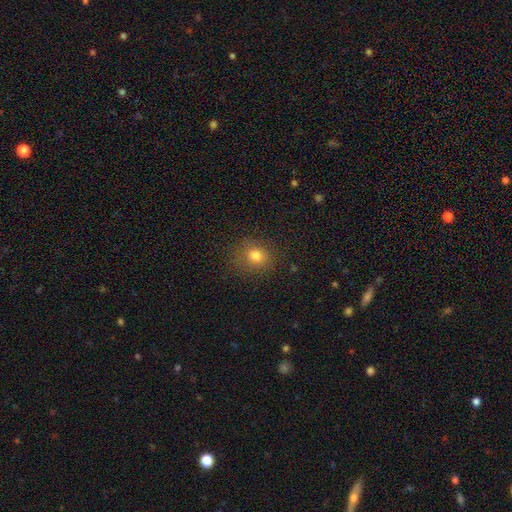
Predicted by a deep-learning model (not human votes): This appears to be a smooth galaxy with no disk features (78%) that is round (71%). Merging: none (82%).